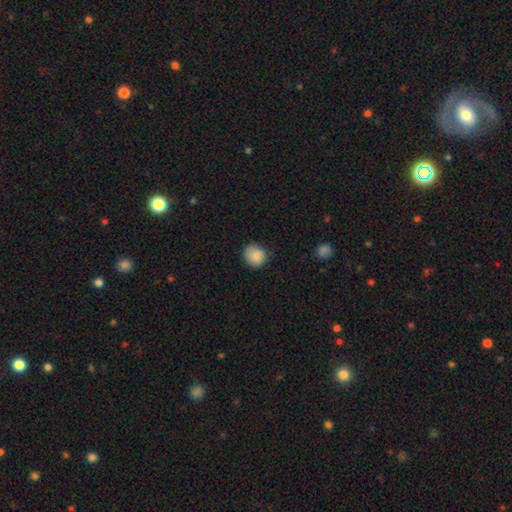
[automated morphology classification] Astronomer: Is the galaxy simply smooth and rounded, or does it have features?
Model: smooth — 84%.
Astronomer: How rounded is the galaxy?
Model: round — 81%.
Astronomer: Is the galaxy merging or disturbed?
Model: none — 67%.